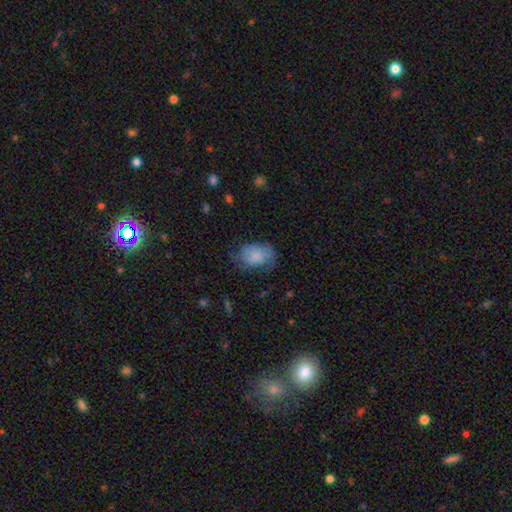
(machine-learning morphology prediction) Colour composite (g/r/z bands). It shows a smooth galaxy with no disk features (72%) that is in between round and cigar-shaped (76%). Merging: none (47%).